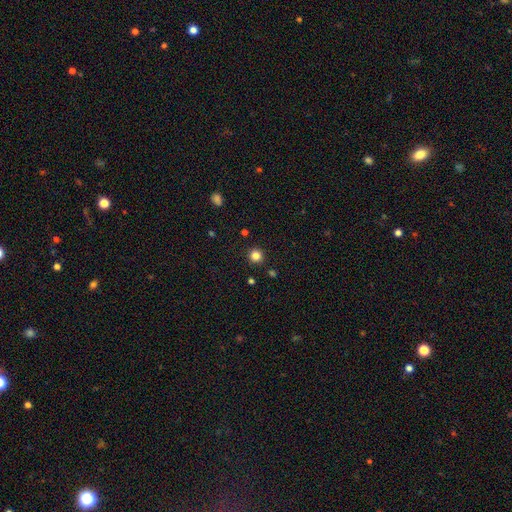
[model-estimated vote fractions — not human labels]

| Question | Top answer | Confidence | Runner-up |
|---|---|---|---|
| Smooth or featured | smooth | 83% | star or artifact (13%) |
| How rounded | round | 95% | in between (4%) |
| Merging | none | 91% | minor disturbance (5%) |